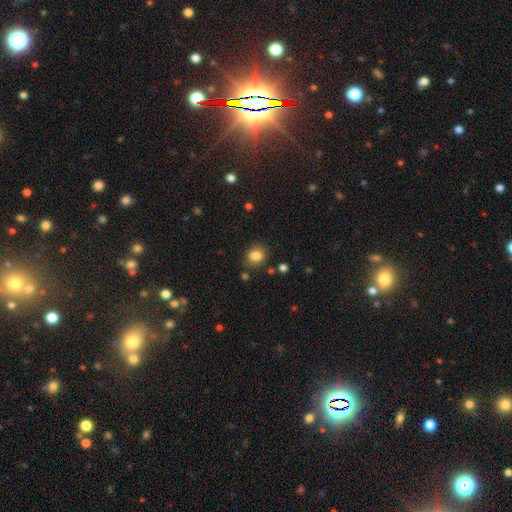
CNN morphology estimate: Smooth or featured? Predicted: smooth (p=0.83). How rounded? Predicted: round (p=0.62). Merging? Predicted: none (p=0.83).